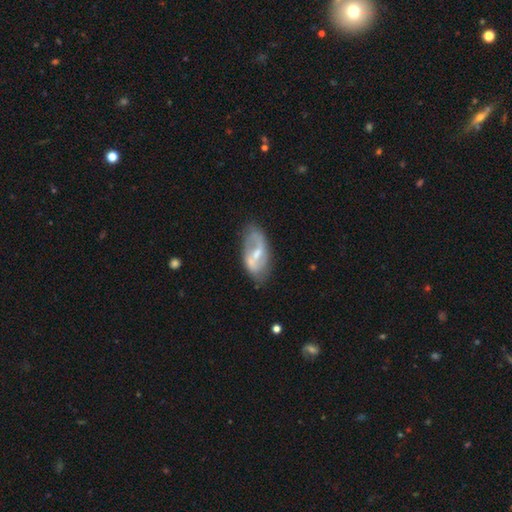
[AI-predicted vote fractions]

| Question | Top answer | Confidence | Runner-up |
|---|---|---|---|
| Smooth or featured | featured or disk | 71% | smooth (23%) |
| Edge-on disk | no | 93% | yes (7%) |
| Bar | weak | 46% | strong (35%) |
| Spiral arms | yes | 70% | no (30%) |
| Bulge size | small | 45% | moderate (44%) |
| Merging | none | 66% | minor disturbance (22%) |